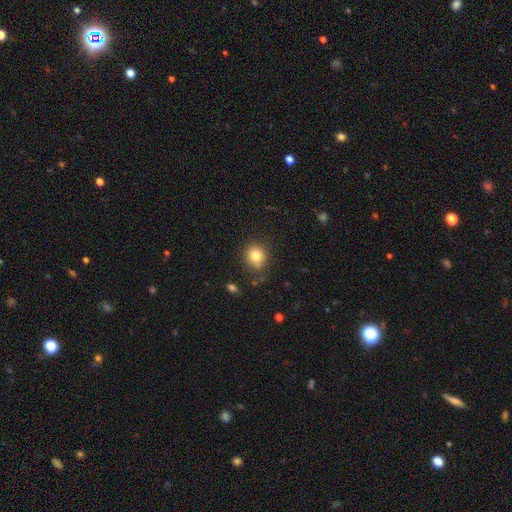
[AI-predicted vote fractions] Smooth or featured?
  - smooth: 82% *
  - star or artifact: 11%
  - featured or disk: 8%
How rounded?
  - round: 77% *
  - in between: 22%
  - cigar-shaped: 1%
Merging?
  - none: 80% *
  - minor disturbance: 13%
  - major disturbance: 4%
  - merger: 3%